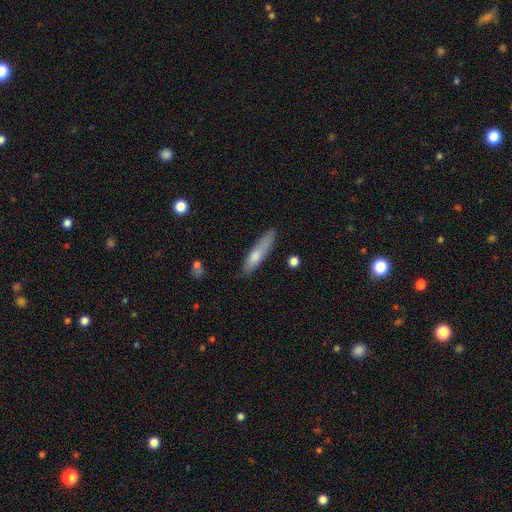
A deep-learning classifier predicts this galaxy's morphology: A smooth galaxy with no disk features (68%) that is cigar-shaped (84%). Merging: none (75%).